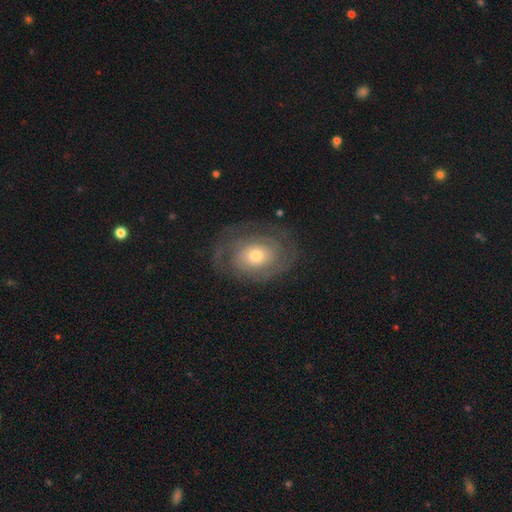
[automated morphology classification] Smooth or featured: featured or disk — 75% (smooth — 18%)
Edge-on disk: no — 96% (yes — 4%)
Bar: no — 80% (weak — 15%)
Spiral arms: yes — 83% (no — 17%)
Spiral winding: tight — 67% (medium — 24%)
Spiral arm count: 2 — 44% (can't tell — 33%)
Bulge size: moderate — 58% (small — 32%)
Merging: none — 76% (minor disturbance — 15%)